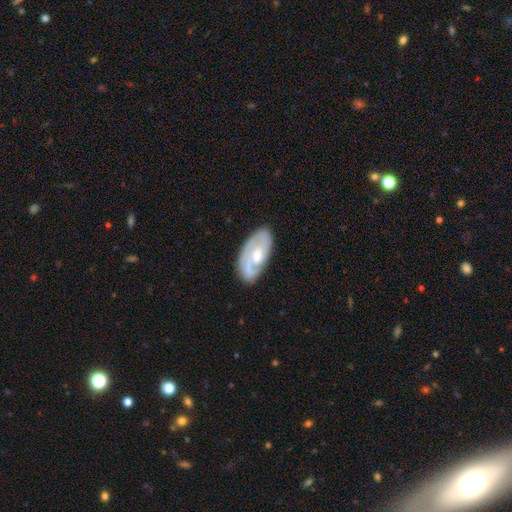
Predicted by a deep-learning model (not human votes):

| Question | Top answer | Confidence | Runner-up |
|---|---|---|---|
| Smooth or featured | featured or disk | 73% | smooth (22%) |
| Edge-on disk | no | 94% | yes (6%) |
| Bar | no | 62% | weak (32%) |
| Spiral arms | yes | 85% | no (15%) |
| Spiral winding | tight | 53% | medium (34%) |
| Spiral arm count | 2 | 41% | 1 (31%) |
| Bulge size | moderate | 60% | small (25%) |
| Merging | none | 77% | minor disturbance (16%) |